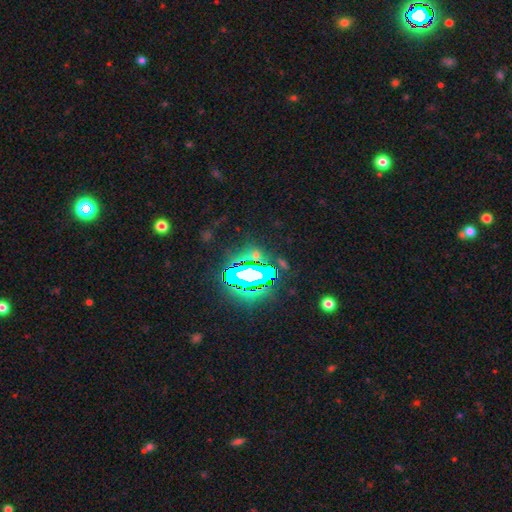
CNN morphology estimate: A star or artifact, not a galaxy (67%).